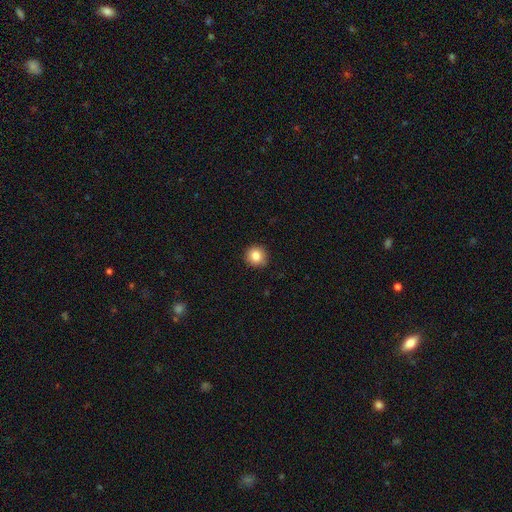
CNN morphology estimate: smooth 84%, star or artifact 10%, featured or disk 6%. Down the decision tree: how rounded — round (93%); merging — none (90%).